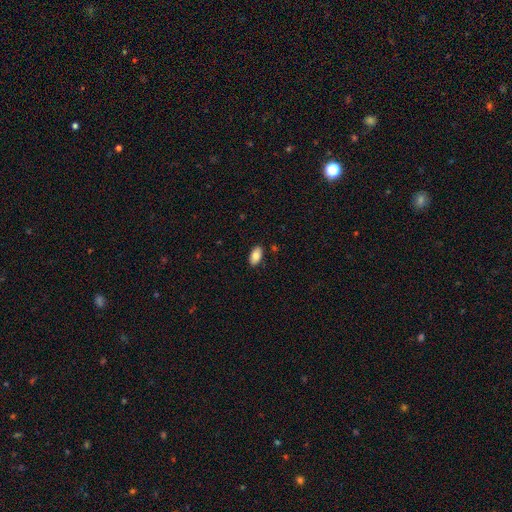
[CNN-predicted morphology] smooth-or-featured: smooth: 81% | featured or disk: 12% | star or artifact: 7%
  how-rounded: in between: 94% | round: 4% | cigar-shaped: 2%
  merging: none: 87% | minor disturbance: 10% | major disturbance: 2% | merger: 1%